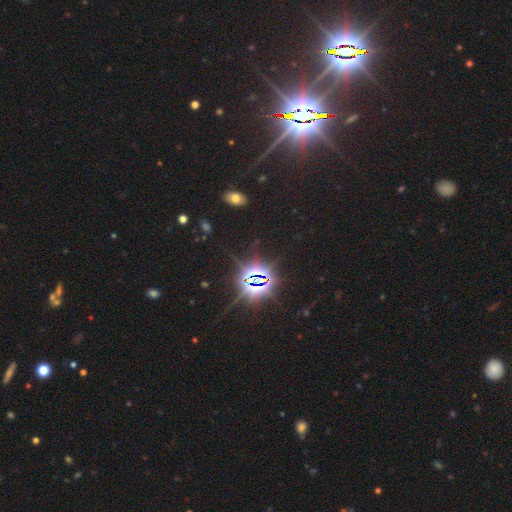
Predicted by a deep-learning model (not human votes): star or artifact 84%, smooth 8%, featured or disk 7%.